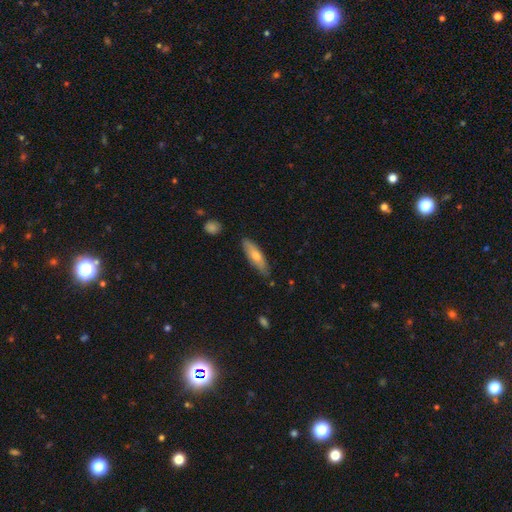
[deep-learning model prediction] smooth-or-featured: smooth: 65% | featured or disk: 29% | star or artifact: 6%
  how-rounded: cigar-shaped: 64% | in between: 34% | round: 2%
  merging: none: 79% | minor disturbance: 16% | major disturbance: 2% | merger: 2%